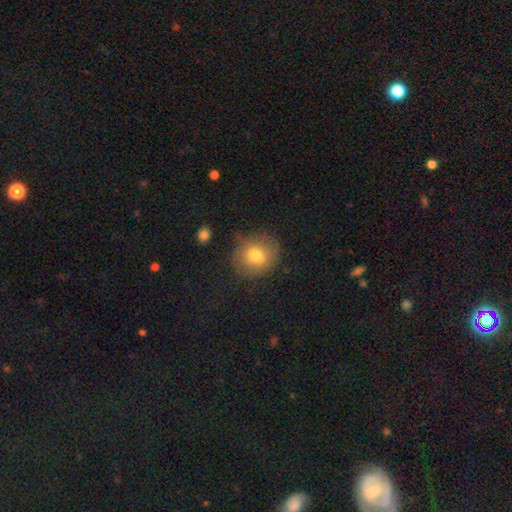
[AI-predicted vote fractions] The model was most divided on "smooth or featured": smooth: 73%, featured or disk: 17%, star or artifact: 10%. More confident: how rounded — round (82%); merging — none (75%).